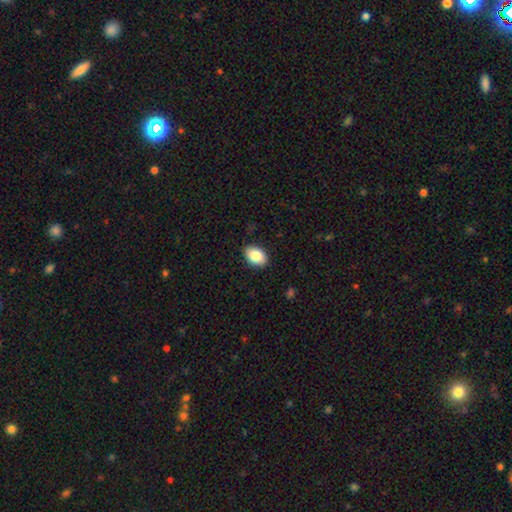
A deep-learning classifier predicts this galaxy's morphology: Smooth or featured: smooth — 86% (featured or disk — 7%)
How rounded: in between — 86% (round — 13%)
Merging: none — 88% (minor disturbance — 9%)